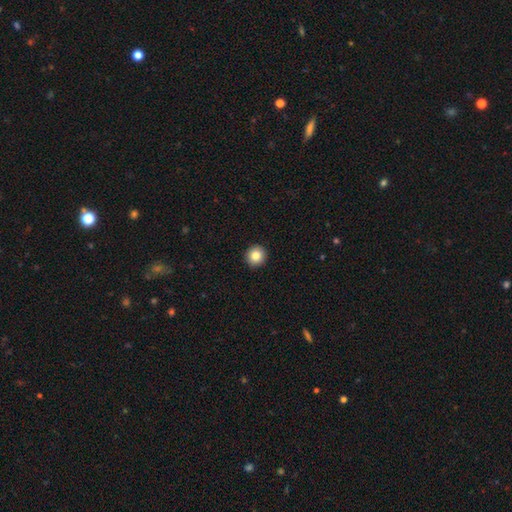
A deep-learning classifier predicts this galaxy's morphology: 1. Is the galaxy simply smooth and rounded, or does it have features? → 84% smooth, 9% star or artifact, 6% featured or disk.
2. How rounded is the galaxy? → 93% round, 6% in between, 1% cigar-shaped.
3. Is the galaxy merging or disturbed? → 93% none, 5% minor disturbance, 1% major disturbance, 1% merger.